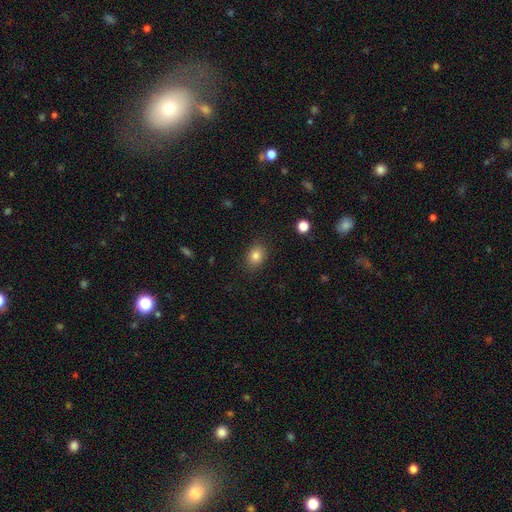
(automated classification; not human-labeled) This is clearly a smooth galaxy (83%). How rounded: likely in between (62%). Merging: clearly none (86%).